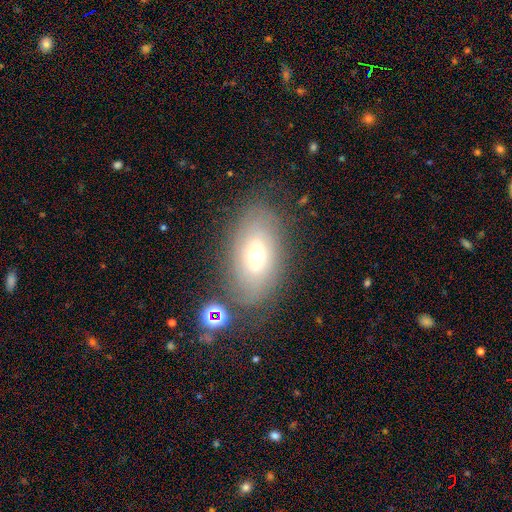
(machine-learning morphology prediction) smooth_or_featured: featured or disk (p=0.47) [alt: smooth p=0.41]
merging: none (p=0.75) [alt: minor disturbance p=0.15]